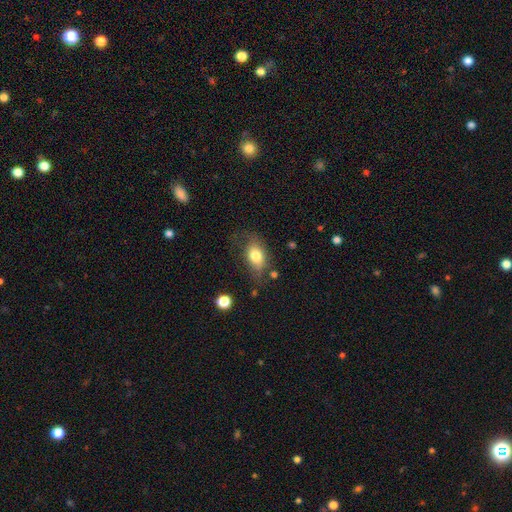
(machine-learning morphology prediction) The model was most divided on "merging": none: 55%, minor disturbance: 27%, major disturbance: 14%, merger: 3%. More confident: how rounded — in between (82%); smooth or featured — smooth (74%).